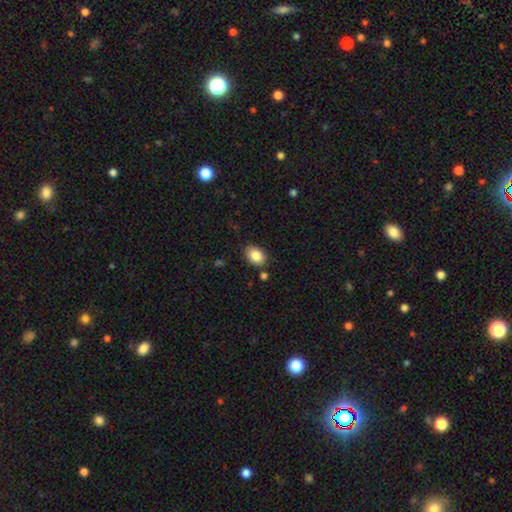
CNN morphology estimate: Smooth or featured? Predicted: smooth (p=0.86). How rounded? Predicted: in between (p=0.78). Merging? Predicted: none (p=0.82).